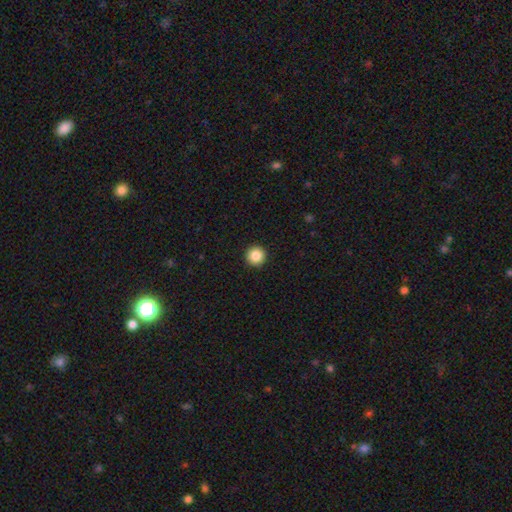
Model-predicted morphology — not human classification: The model was most divided on "smooth or featured": smooth: 87%, star or artifact: 9%, featured or disk: 4%. More confident: how rounded — round (96%); merging — none (94%).